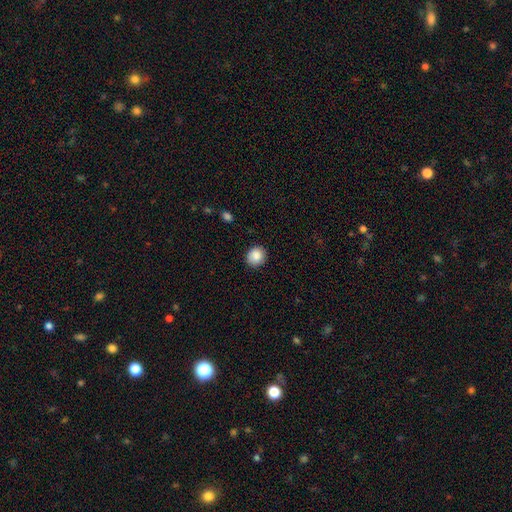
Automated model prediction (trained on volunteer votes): Smooth or featured: smooth — 87% (star or artifact — 8%)
How rounded: round — 79% (in between — 21%)
Merging: none — 87% (minor disturbance — 10%)